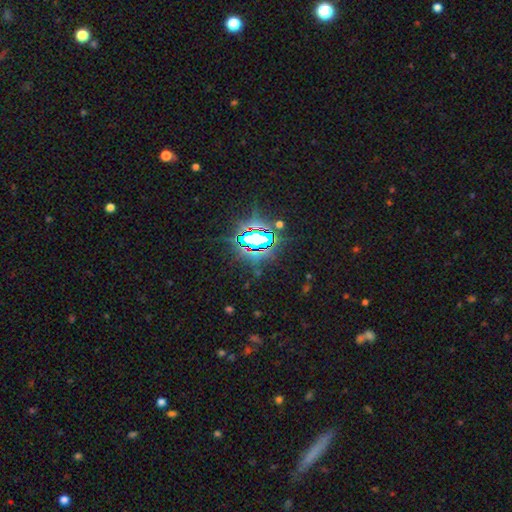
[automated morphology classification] A star or artifact, not a galaxy (81%).

Vote fractions:
- Smooth or featured? star or artifact: 81% / smooth: 10% / featured or disk: 9%